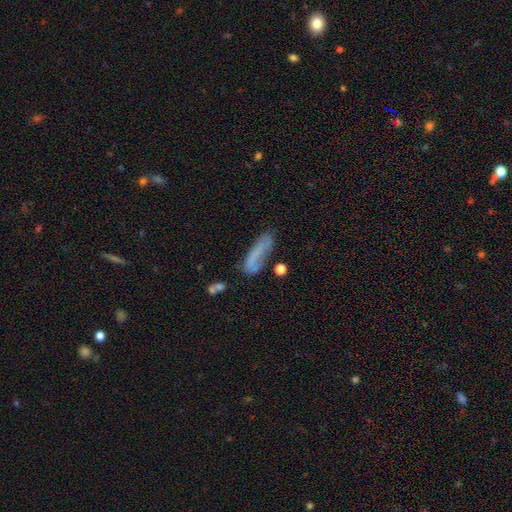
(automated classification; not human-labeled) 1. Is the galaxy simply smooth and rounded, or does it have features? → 62% smooth, 27% featured or disk, 11% star or artifact.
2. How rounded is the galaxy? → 60% cigar-shaped, 38% in between, 3% round.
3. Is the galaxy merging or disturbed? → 47% none, 26% minor disturbance, 19% major disturbance, 8% merger.